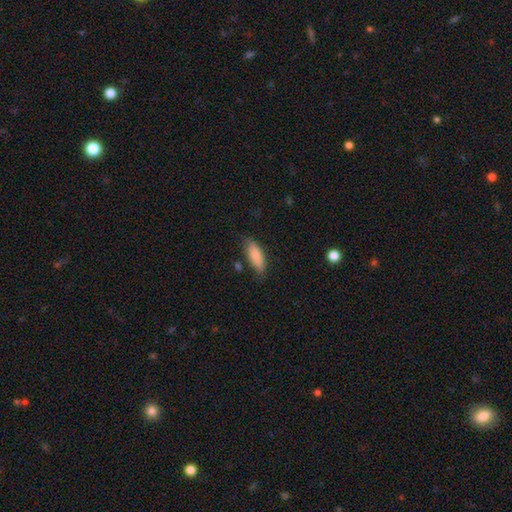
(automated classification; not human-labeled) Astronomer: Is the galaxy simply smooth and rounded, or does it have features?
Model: smooth — 86%.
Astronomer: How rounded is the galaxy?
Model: in between — 65%.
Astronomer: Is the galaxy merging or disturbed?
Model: none — 72%.